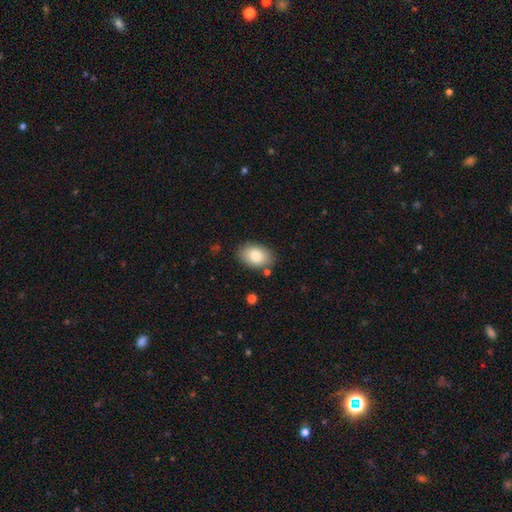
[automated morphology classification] Smooth or featured: smooth — 82% (featured or disk — 11%)
How rounded: in between — 87% (round — 12%)
Merging: none — 83% (minor disturbance — 11%)